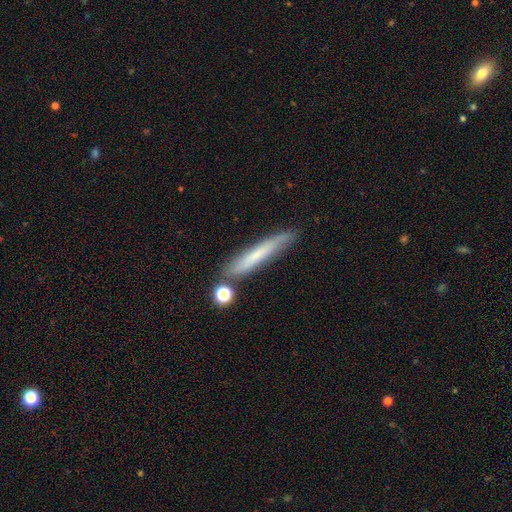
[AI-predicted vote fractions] The model was most divided on "smooth or featured": smooth: 57%, featured or disk: 35%, star or artifact: 8%. More confident: how rounded — cigar-shaped (93%); merging — none (74%).